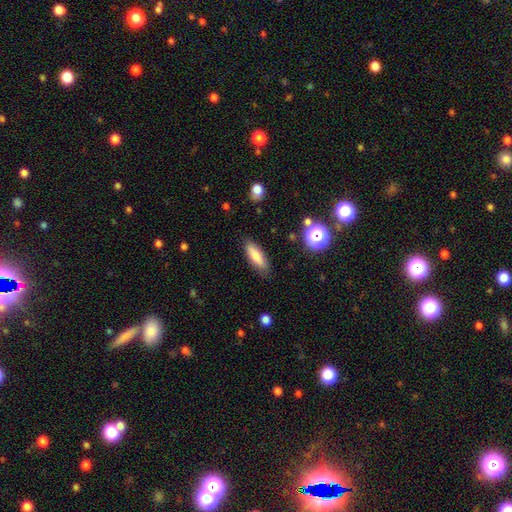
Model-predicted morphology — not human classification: type=smooth (78%); roundness=cigar-shaped (49%, tied with in between); merging=none (85%).